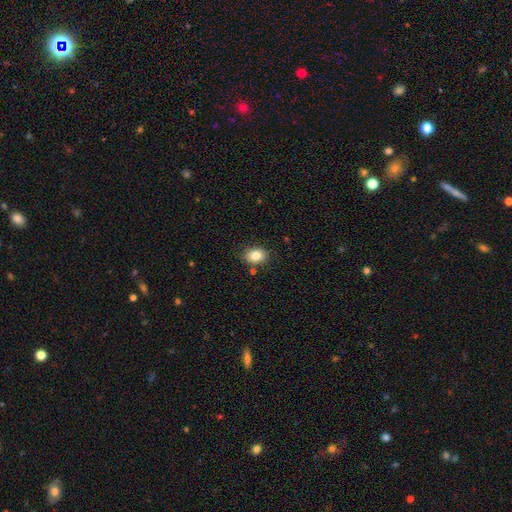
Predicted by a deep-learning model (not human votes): smooth 84%, star or artifact 9%, featured or disk 7%. Down the decision tree: how rounded — in between (66%); merging — none (82%).